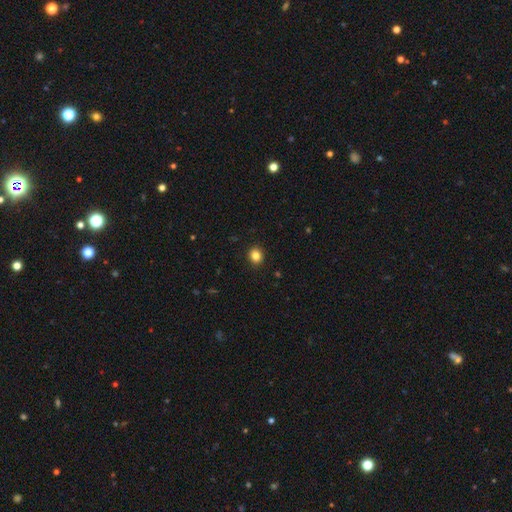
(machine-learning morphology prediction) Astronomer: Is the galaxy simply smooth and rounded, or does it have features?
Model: smooth — 84%.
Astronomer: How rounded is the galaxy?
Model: round — 78%.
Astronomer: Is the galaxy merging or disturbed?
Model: none — 92%.